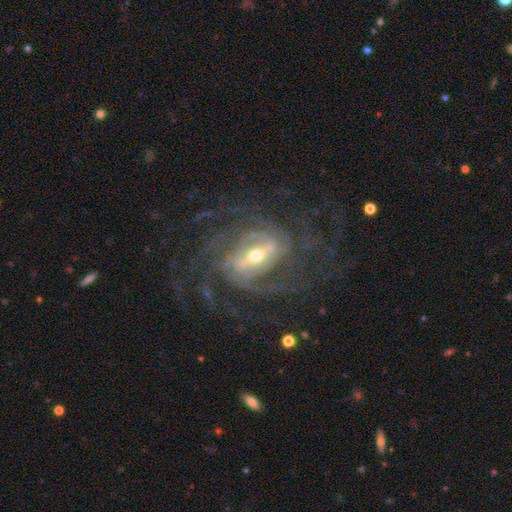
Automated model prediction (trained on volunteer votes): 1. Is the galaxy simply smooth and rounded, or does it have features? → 91% featured or disk, 6% star or artifact, 4% smooth.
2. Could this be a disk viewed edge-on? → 95% no, 5% yes.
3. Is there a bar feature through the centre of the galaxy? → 68% strong, 24% weak, 8% no.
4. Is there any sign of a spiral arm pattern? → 97% yes, 3% no.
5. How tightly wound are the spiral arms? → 42% tight, 41% medium, 17% loose.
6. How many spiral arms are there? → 28% 2, 20% can't tell, 18% 3, 17% 4, 10% more than 4, 7% 1.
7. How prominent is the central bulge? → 47% moderate, 46% small, 5% large, 1% dominant, 1% none.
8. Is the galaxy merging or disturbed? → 67% none, 17% major disturbance, 14% minor disturbance, 2% merger.